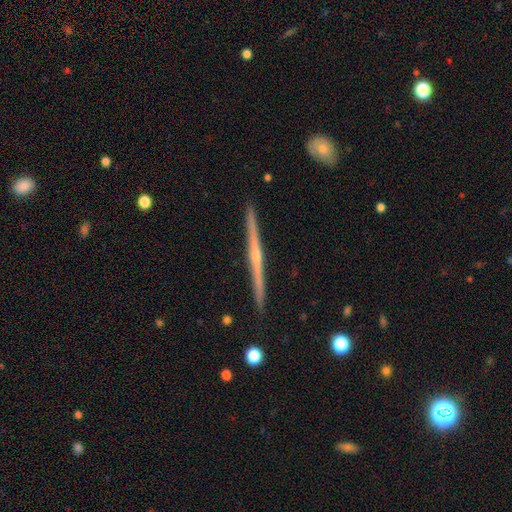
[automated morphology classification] Smooth or featured: featured or disk — 80% (smooth — 15%)
Edge-on disk: yes — 98% (no — 2%)
Edge-on bulge: rounded — 71% (none — 24%)
Merging: none — 92% (minor disturbance — 5%)